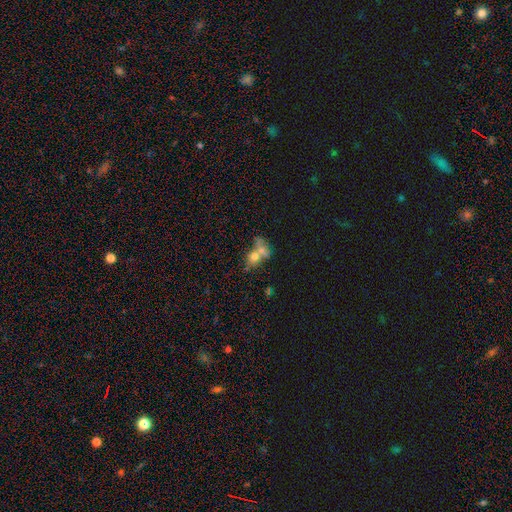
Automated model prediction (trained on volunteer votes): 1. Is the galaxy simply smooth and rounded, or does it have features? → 58% smooth, 27% featured or disk, 15% star or artifact.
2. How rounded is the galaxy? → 50% round, 47% in between, 3% cigar-shaped.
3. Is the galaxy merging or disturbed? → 64% merger, 22% none, 8% minor disturbance, 7% major disturbance.